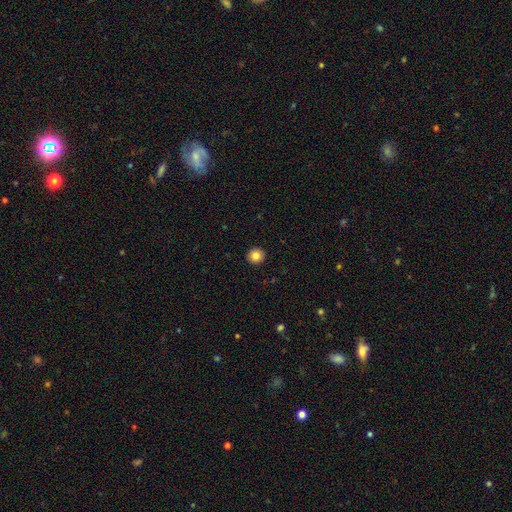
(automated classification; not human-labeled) Smooth or featured? Predicted: smooth (p=0.84). How rounded? Predicted: round (p=0.95). Merging? Predicted: none (p=0.94).